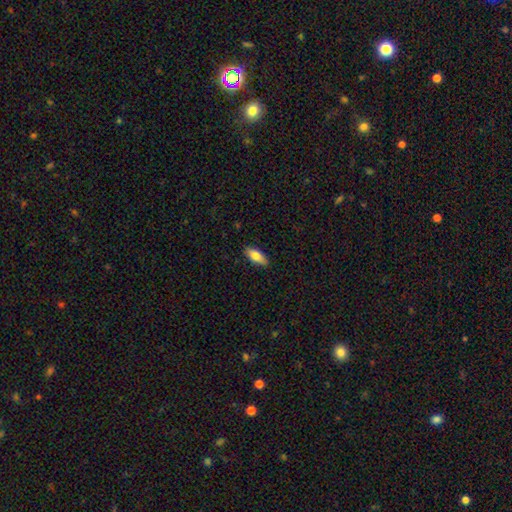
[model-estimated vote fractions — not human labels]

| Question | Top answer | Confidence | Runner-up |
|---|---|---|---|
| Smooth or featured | smooth | 79% | featured or disk (14%) |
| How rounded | in between | 79% | cigar-shaped (19%) |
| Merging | none | 88% | minor disturbance (9%) |